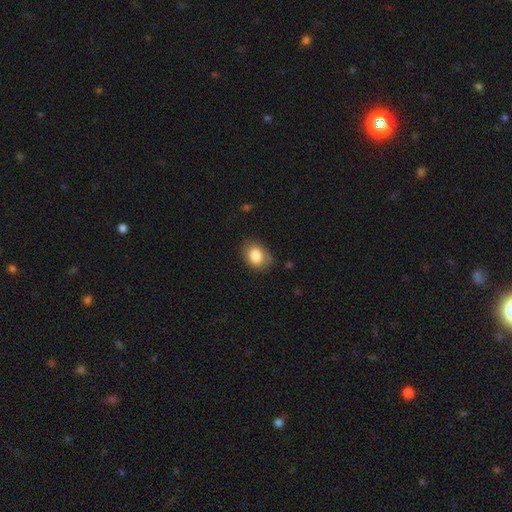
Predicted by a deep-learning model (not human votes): smooth-or-featured: smooth: 84% | star or artifact: 8% | featured or disk: 8%
  how-rounded: in between: 65% | round: 34% | cigar-shaped: 1%
  merging: none: 72% | minor disturbance: 22% | major disturbance: 5% | merger: 2%